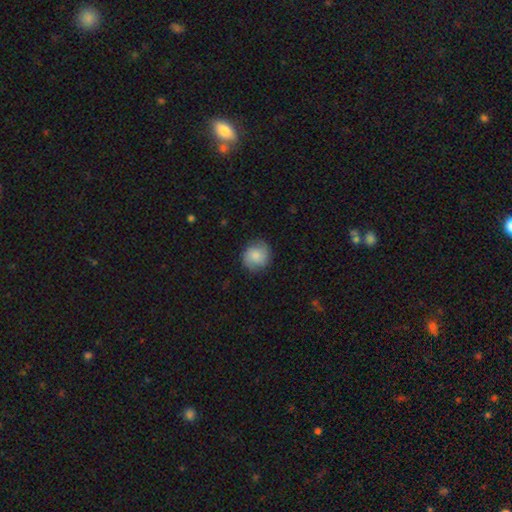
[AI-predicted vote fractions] A smooth galaxy with no disk features (71%) that is round (86%).

Vote fractions:
- Smooth or featured? smooth: 71% / featured or disk: 21% / star or artifact: 7%
- How rounded? round: 86% / in between: 13% / cigar-shaped: 1%
- Merging? none: 82% / minor disturbance: 13% / major disturbance: 4% / merger: 1%